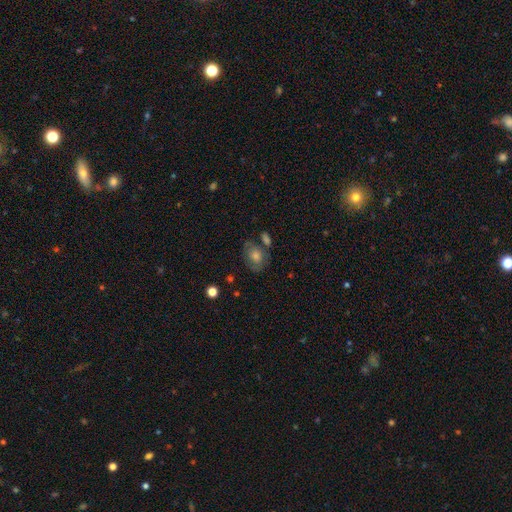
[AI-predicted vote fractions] Smooth or featured?
  - smooth: 49% *
  - featured or disk: 34%
  - star or artifact: 17%
Merging?
  - none: 63% *
  - minor disturbance: 18%
  - merger: 11%
  - major disturbance: 8%